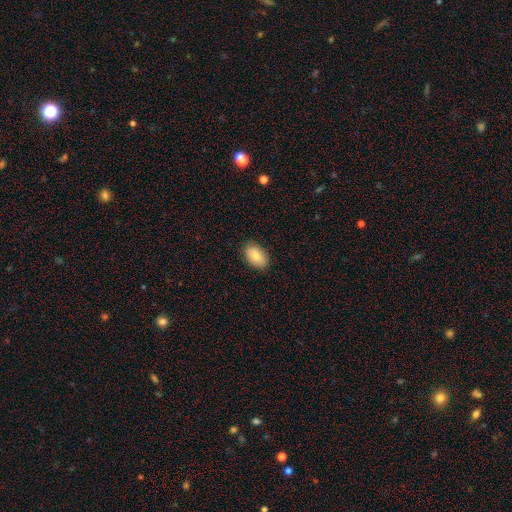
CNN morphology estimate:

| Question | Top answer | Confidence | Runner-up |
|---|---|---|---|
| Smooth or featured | smooth | 85% | featured or disk (9%) |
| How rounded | in between | 92% | round (7%) |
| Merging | none | 87% | minor disturbance (10%) |